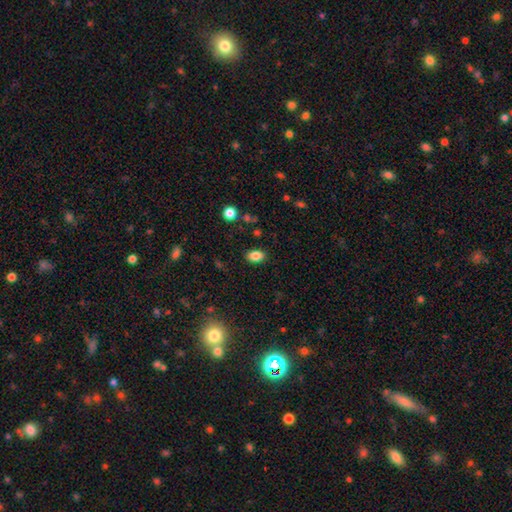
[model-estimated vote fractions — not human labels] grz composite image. It shows a smooth galaxy with no disk features (85%) that is in between round and cigar-shaped (85%). Merging: none (86%).